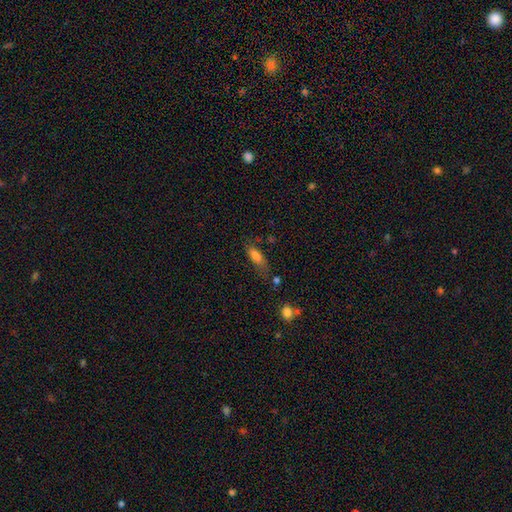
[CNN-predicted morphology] smooth_or_featured: smooth (p=0.80) [alt: featured or disk p=0.11]
how_rounded: in between (p=0.74) [alt: cigar-shaped p=0.23]
merging: none (p=0.53) [alt: minor disturbance p=0.27]